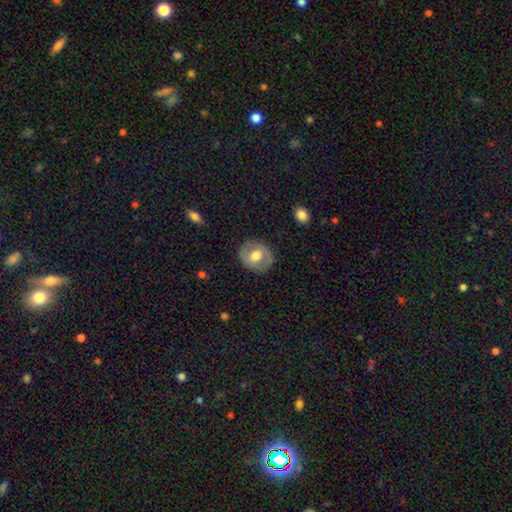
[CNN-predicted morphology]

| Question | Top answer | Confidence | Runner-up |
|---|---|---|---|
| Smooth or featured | smooth | 54% | featured or disk (39%) |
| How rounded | round | 72% | in between (27%) |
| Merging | none | 85% | minor disturbance (11%) |